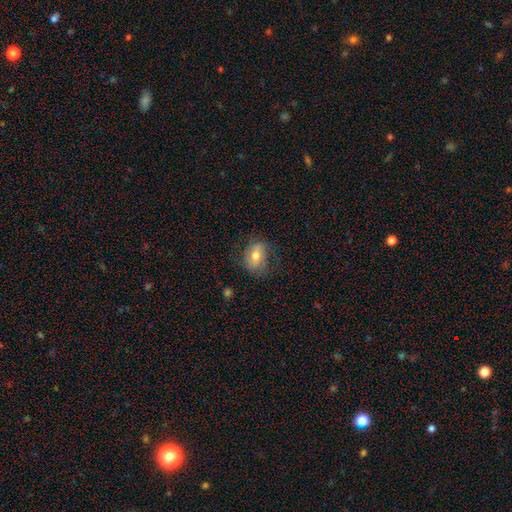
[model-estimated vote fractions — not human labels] Smooth or featured? smooth (61%)
How rounded? in between (73%)
Merging? none (69%)